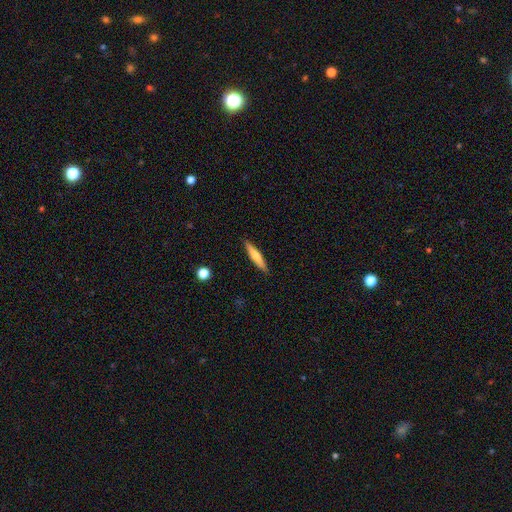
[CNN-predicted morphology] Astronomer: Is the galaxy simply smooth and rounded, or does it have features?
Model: smooth — 59% (runner-up: featured or disk, 35%).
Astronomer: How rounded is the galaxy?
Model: cigar-shaped — 88%.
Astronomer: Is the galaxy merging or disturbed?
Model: none — 89%.